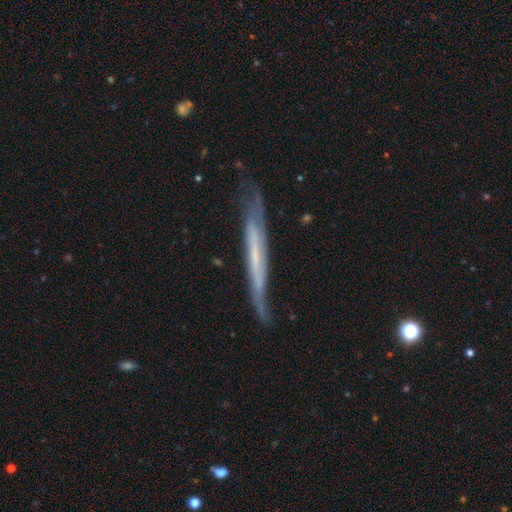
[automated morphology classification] This appears to be a featured or disk galaxy (65%) viewed edge-on (83%) with no central bulge (83%). Merging: none (68%).